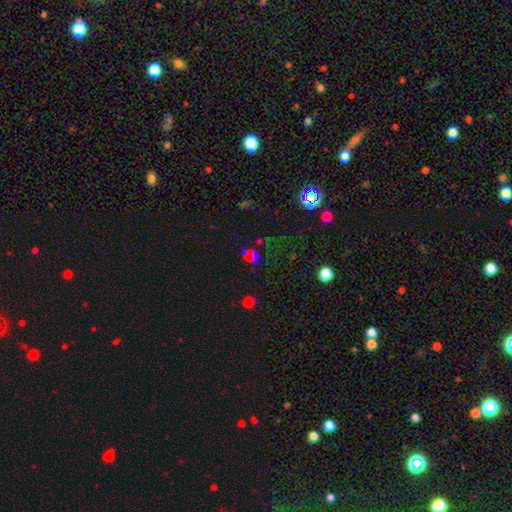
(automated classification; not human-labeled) Smooth or featured: star or artifact — 60% (smooth — 30%)